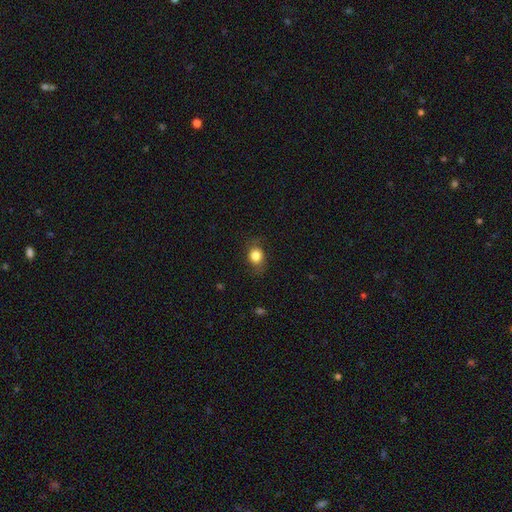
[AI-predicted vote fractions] smooth-or-featured: smooth: 81% | star or artifact: 9% | featured or disk: 9%
  how-rounded: round: 51% | in between: 48% | cigar-shaped: 1%
  merging: none: 75% | minor disturbance: 18% | major disturbance: 6% | merger: 1%